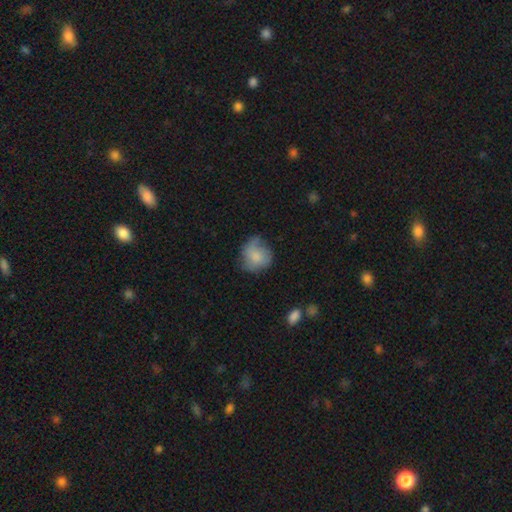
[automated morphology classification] This appears to be a smooth galaxy with no disk features (69%) that is round (77%). Merging: none (52%).